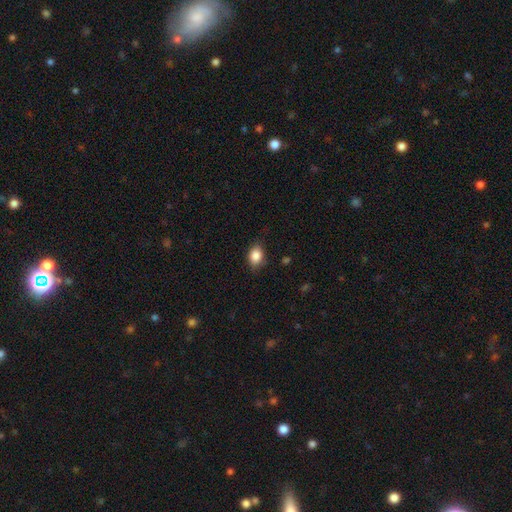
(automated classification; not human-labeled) A smooth galaxy with no disk features (86%) that is in between round and cigar-shaped (71%).

Vote fractions:
- Smooth or featured? smooth: 86% / star or artifact: 8% / featured or disk: 5%
- How rounded? in between: 71% / round: 27% / cigar-shaped: 1%
- Merging? none: 78% / minor disturbance: 17% / major disturbance: 3% / merger: 1%